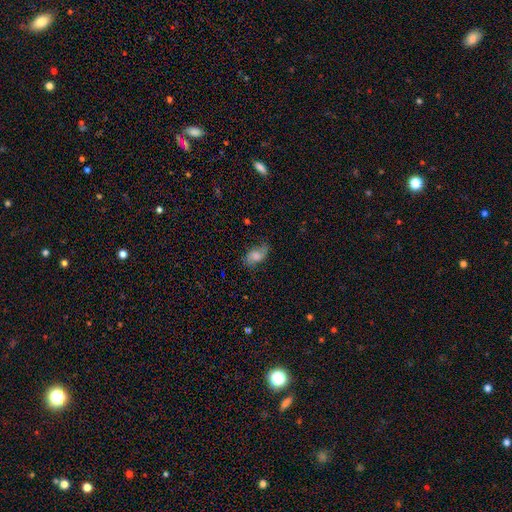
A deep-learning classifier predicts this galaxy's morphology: smooth_or_featured: smooth (p=0.63) [alt: featured or disk p=0.27]
how_rounded: in between (p=0.88) [alt: round p=0.09]
merging: none (p=0.64) [alt: minor disturbance p=0.26]